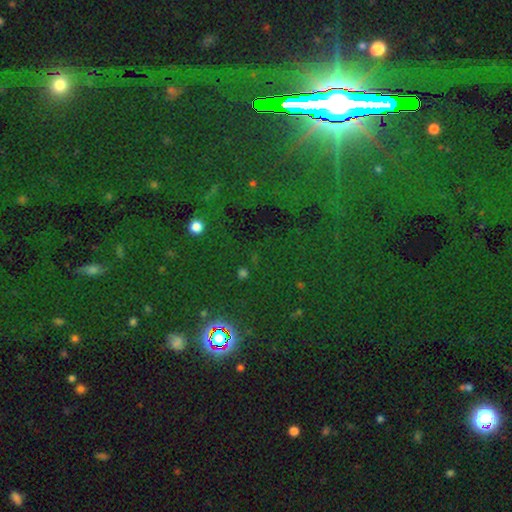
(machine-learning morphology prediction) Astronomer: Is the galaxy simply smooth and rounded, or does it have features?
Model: star or artifact — 81%.